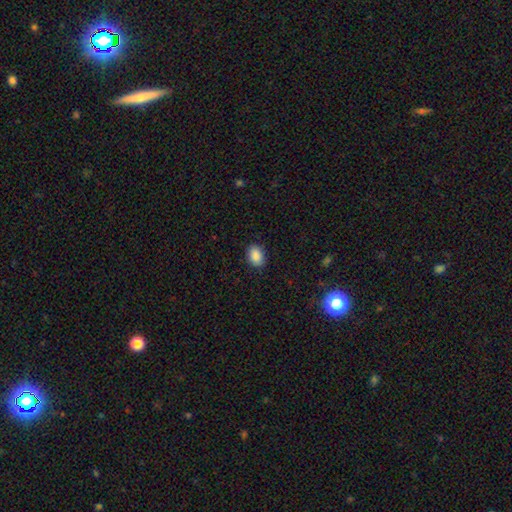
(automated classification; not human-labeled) This appears to be a smooth galaxy with no disk features (88%) that is in between round and cigar-shaped (73%). Merging: none (88%).